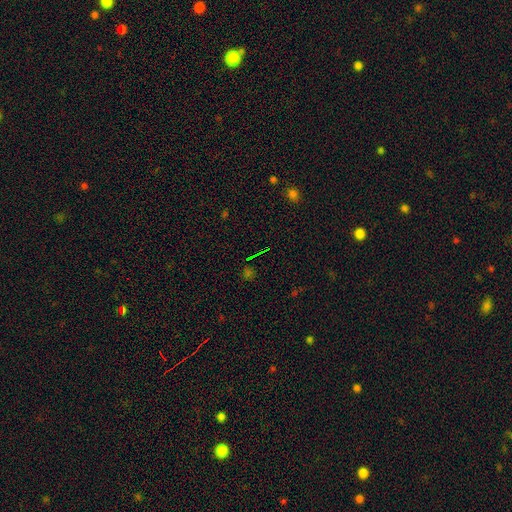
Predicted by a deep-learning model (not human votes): Q: Smooth or featured?
A: star or artifact (70%); runner-up: smooth (19%)